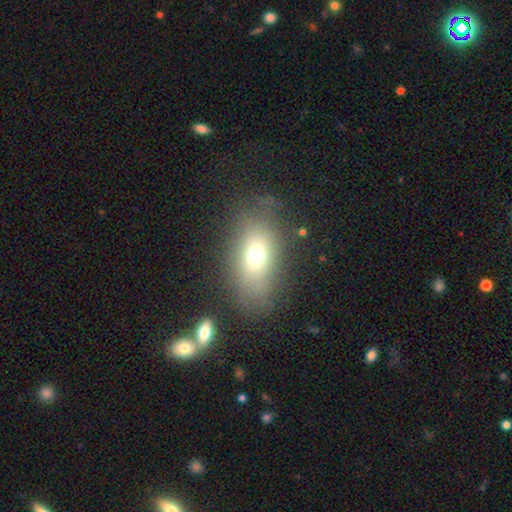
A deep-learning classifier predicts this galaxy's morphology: A smooth galaxy with no disk features (68%) that is in between round and cigar-shaped (81%).

Vote fractions:
- Smooth or featured? smooth: 68% / featured or disk: 19% / star or artifact: 13%
- How rounded? in between: 81% / round: 15% / cigar-shaped: 4%
- Merging? none: 70% / minor disturbance: 17% / major disturbance: 10% / merger: 4%